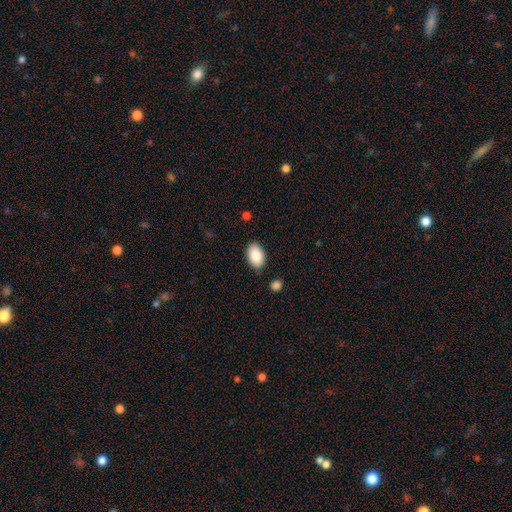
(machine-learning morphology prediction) The model was most divided on "merging": none: 84%, minor disturbance: 12%, major disturbance: 3%, merger: 2%. More confident: how rounded — in between (91%); smooth or featured — smooth (89%).